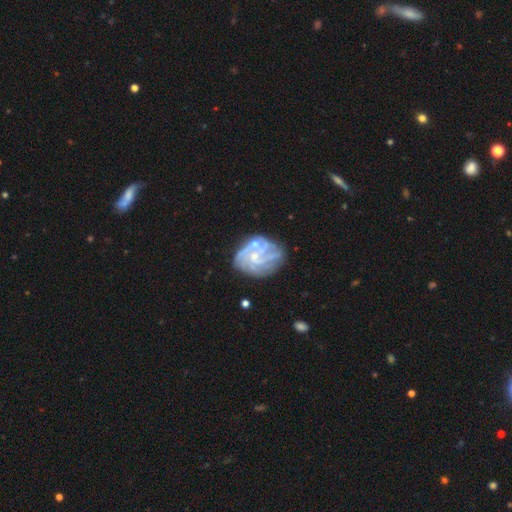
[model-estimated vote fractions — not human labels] This appears to be a featured or disk galaxy (80%) with no bar (68%), tight (52%) spiral arms (87%) and a small central bulge (64%). Merging: none (58%).